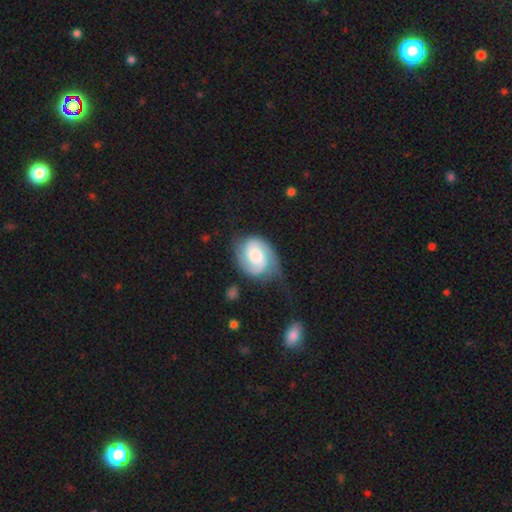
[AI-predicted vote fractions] Overall: featured or disk (79%). Edge-on disk: no (98%). Bar: no (57%; weak 34%). Spiral arms: yes (96%). Spiral arm count: 2 (86%). Spiral winding: tight (43%; medium 42%). Bulge size: moderate (40%; large 29%). Merging: none (55%; minor disturbance 26%).